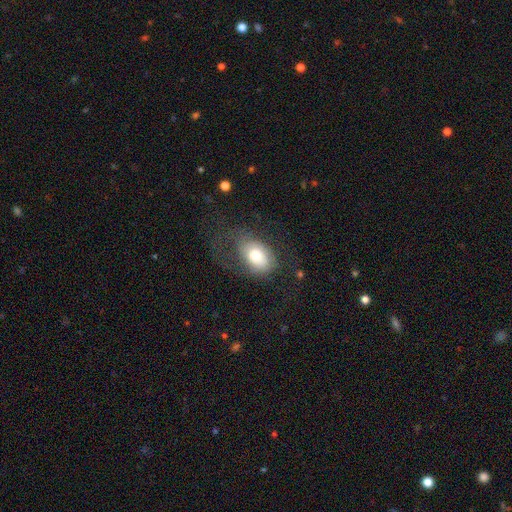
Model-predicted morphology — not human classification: smooth 66%, featured or disk 26%, star or artifact 8%. Down the decision tree: how rounded — in between (83%); merging — none (47%).